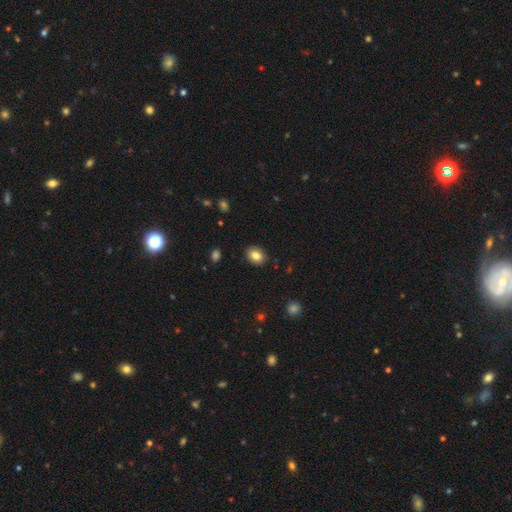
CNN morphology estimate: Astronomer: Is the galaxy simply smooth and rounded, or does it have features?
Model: smooth — 84%.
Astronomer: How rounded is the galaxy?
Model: in between — 61% (runner-up: round, 38%).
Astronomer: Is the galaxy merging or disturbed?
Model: none — 89%.